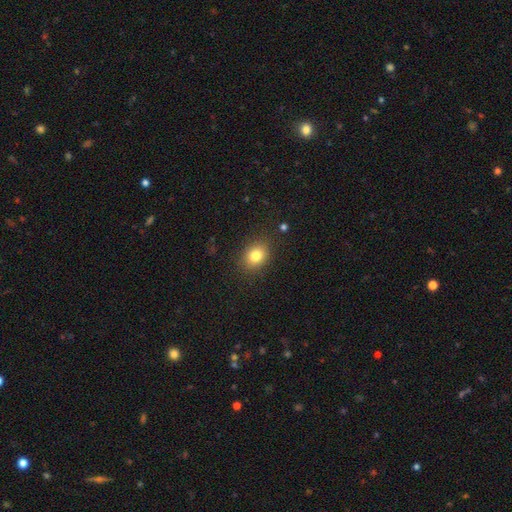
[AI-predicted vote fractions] A smooth galaxy with no disk features (81%) that is in between round and cigar-shaped (51%).

Vote fractions:
- Smooth or featured? smooth: 81% / star or artifact: 11% / featured or disk: 8%
- How rounded? in between: 51% / round: 48% / cigar-shaped: 1%
- Merging? none: 86% / minor disturbance: 10% / major disturbance: 3% / merger: 1%